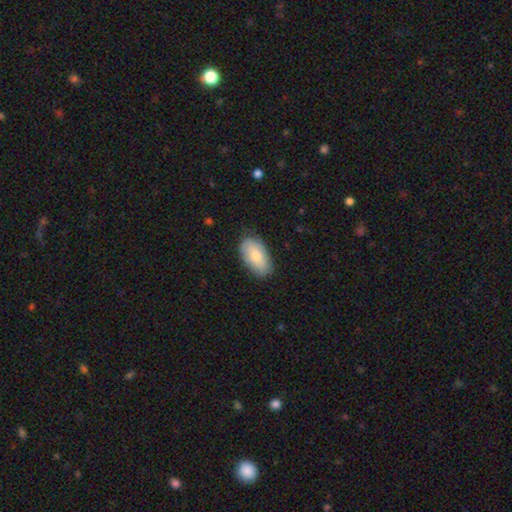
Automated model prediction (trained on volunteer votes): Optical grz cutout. It shows a smooth galaxy with no disk features (78%) that is in between round and cigar-shaped (94%). Merging: none (81%).